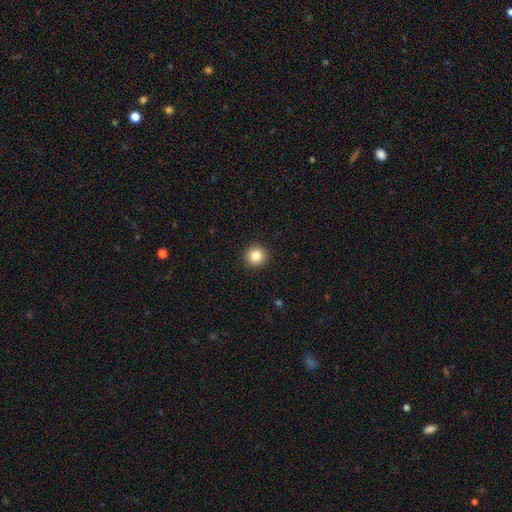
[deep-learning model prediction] A smooth galaxy with no disk features (84%) that is round (94%). Merging: none (93%).